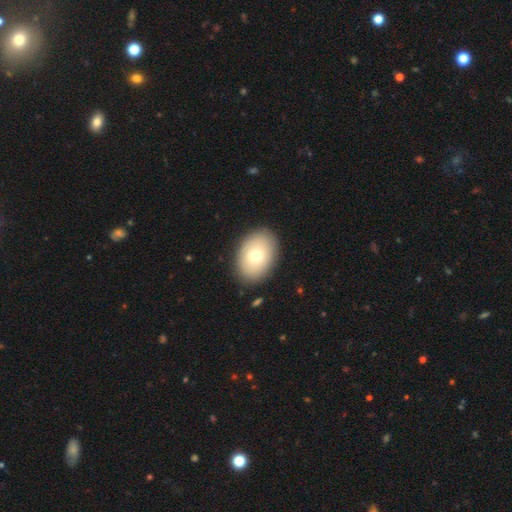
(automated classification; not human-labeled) A smooth galaxy with no disk features (74%) that is in between round and cigar-shaped (83%). Merging: none (88%).